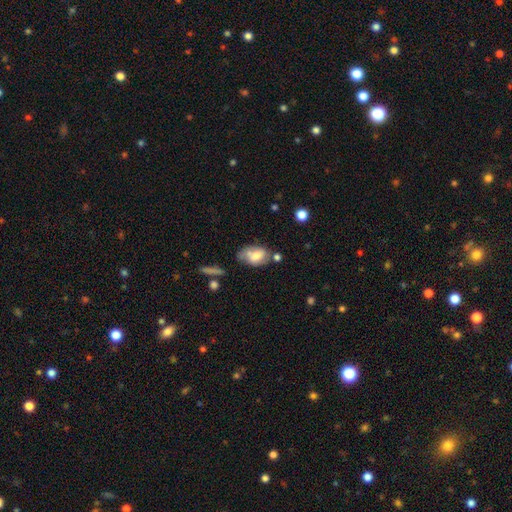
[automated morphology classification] Q: Smooth or featured?
A: smooth (61%); runner-up: featured or disk (31%)
Q: How rounded?
A: in between (89%); runner-up: round (8%)
Q: Merging?
A: none (44%); runner-up: minor disturbance (29%)